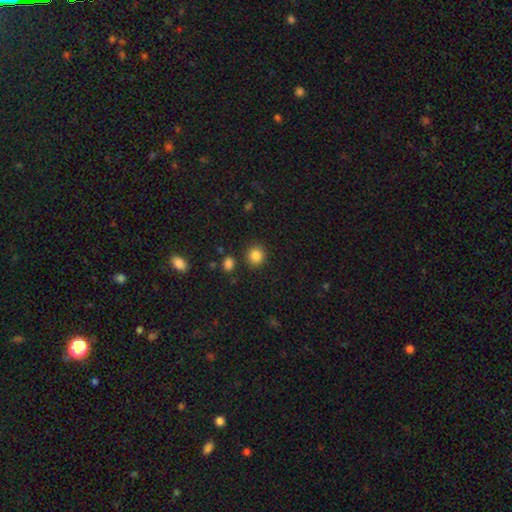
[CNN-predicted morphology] A smooth galaxy with no disk features (86%) that is round (89%). Merging: none (88%).